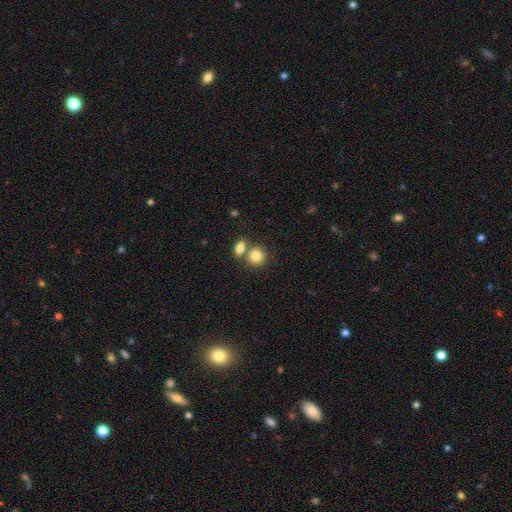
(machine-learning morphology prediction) A smooth galaxy with no disk features (82%) that is round (78%). Merging: none (51%).